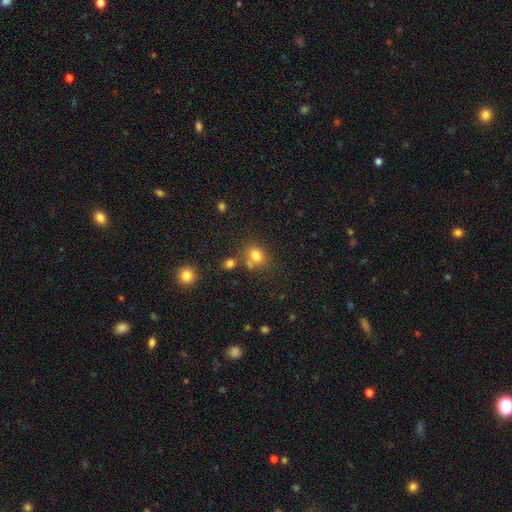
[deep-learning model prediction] The model was most divided on "how rounded": round: 57%, in between: 42%, cigar-shaped: 1%. More confident: smooth or featured — smooth (78%); merging — none (62%).